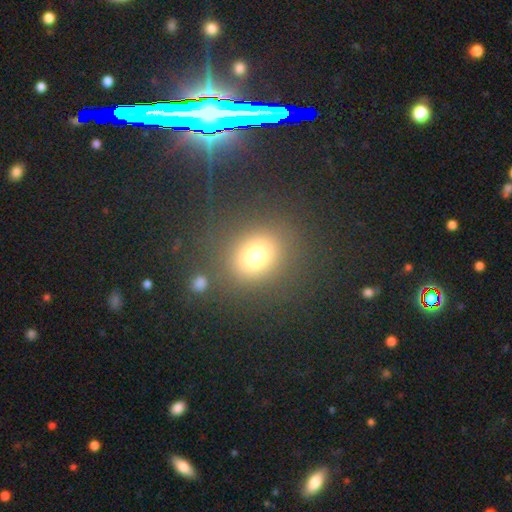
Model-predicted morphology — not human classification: smooth-or-featured: smooth: 72% | star or artifact: 18% | featured or disk: 10%
  how-rounded: round: 71% | in between: 28% | cigar-shaped: 1%
  merging: none: 82% | minor disturbance: 9% | major disturbance: 5% | merger: 4%